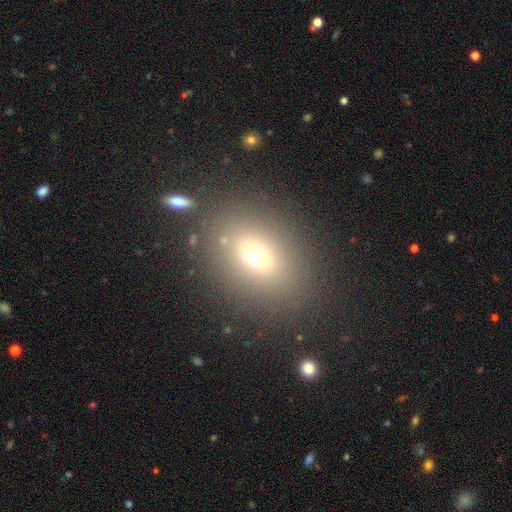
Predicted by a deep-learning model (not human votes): This appears to be a smooth galaxy with no disk features (69%) that is in between round and cigar-shaped (60%). Merging: none (82%).